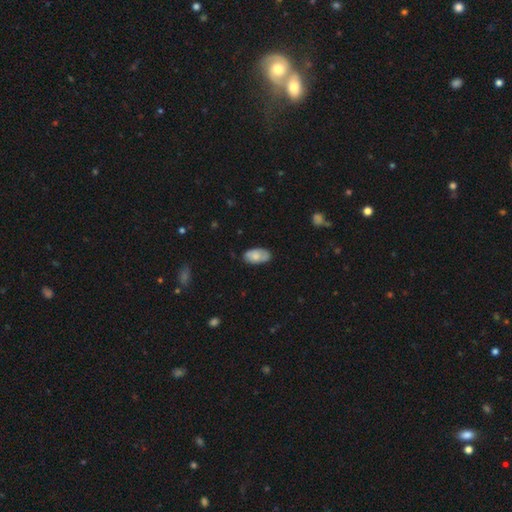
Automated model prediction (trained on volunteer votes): smooth 74%, featured or disk 20%, star or artifact 7%. Down the decision tree: how rounded — in between (94%); merging — none (73%).